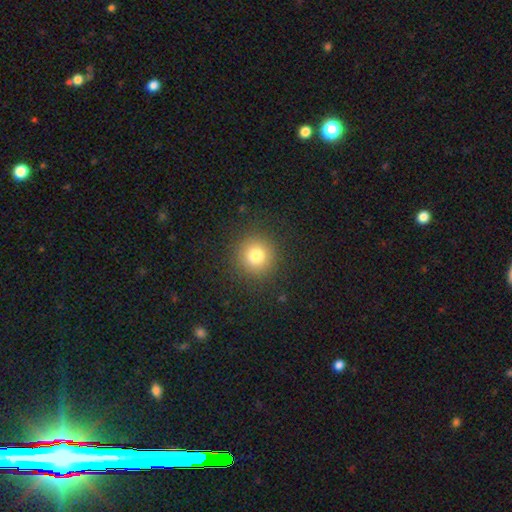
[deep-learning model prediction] This is likely a smooth galaxy (79%). How rounded: clearly round (94%). Merging: clearly none (90%).